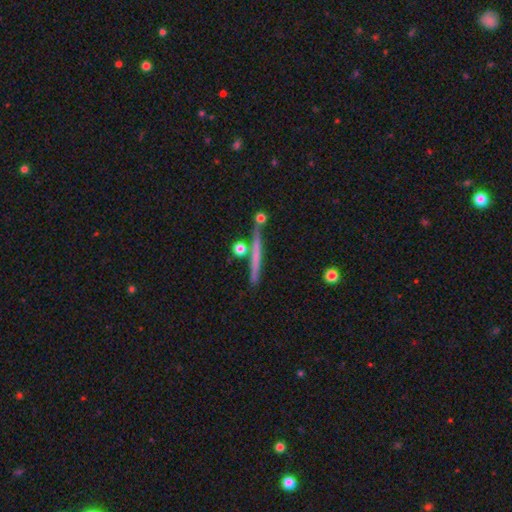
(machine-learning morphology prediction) Smooth or featured?
  - featured or disk: 48% *
  - smooth: 44%
  - star or artifact: 8%
Merging?
  - none: 80% *
  - minor disturbance: 10%
  - merger: 8%
  - major disturbance: 3%